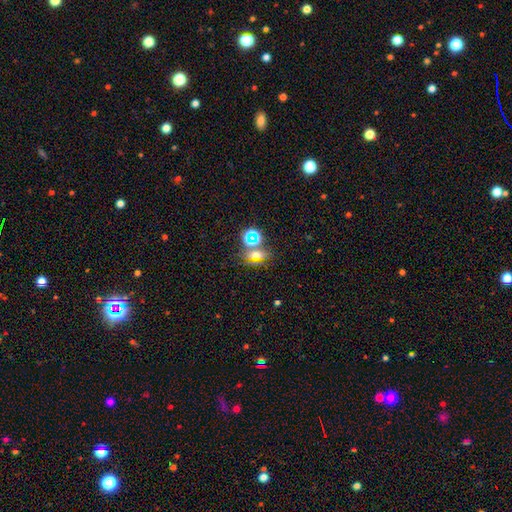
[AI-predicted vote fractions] Q: Smooth or featured?
A: star or artifact (47%); runner-up: smooth (35%)